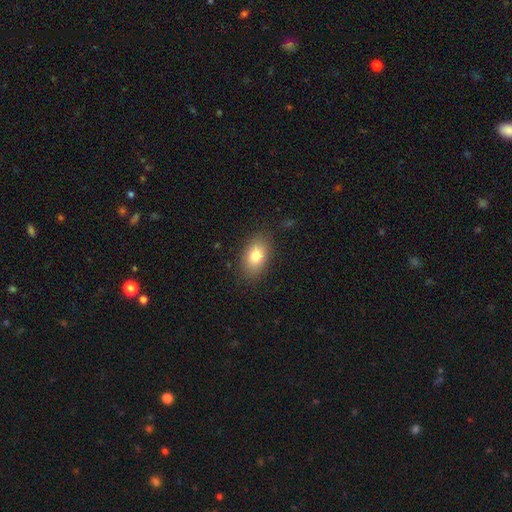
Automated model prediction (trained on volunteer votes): Smooth or featured?
  - smooth: 80% *
  - featured or disk: 11%
  - star or artifact: 8%
How rounded?
  - in between: 87% *
  - round: 11%
  - cigar-shaped: 2%
Merging?
  - none: 84% *
  - minor disturbance: 11%
  - major disturbance: 3%
  - merger: 1%